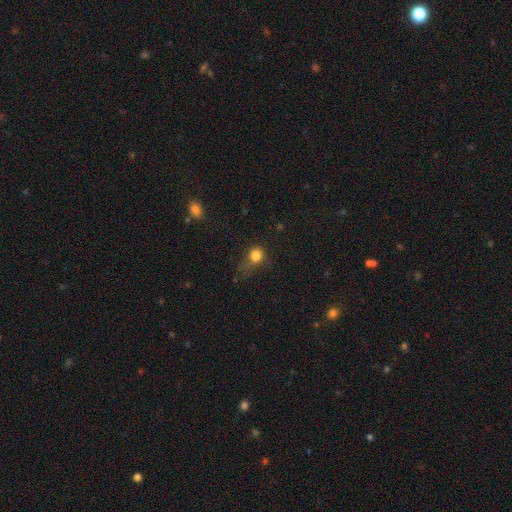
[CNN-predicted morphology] Overall: smooth (80%). How rounded: round (76%). Merging: none (40%; minor disturbance 29%).